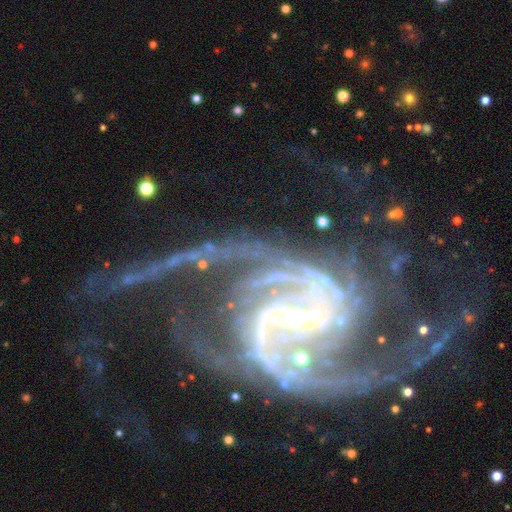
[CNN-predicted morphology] This is clearly a featured or disk galaxy (93%). It is clearly not viewed edge-on (98%). Bar: marginally weak (37%, tied with strong). Spiral arm pattern: clearly yes (99%). Spiral arm count: possibly 2 (60%). Spiral winding: possibly medium (54%). Central bulge: likely small (74%). Merging: possibly none (53%).